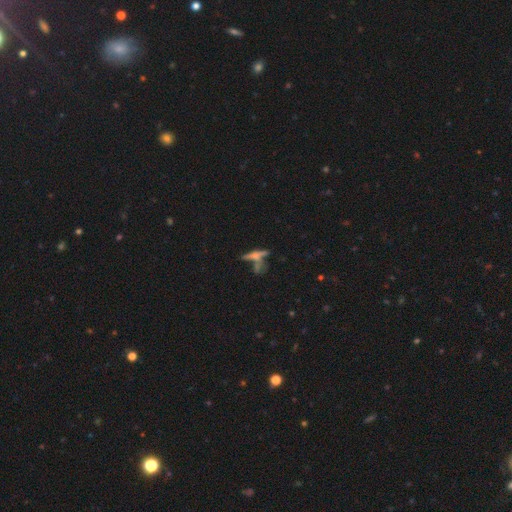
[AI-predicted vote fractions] Smooth or featured? featured or disk (50%)
Edge-on disk? yes (80%)
Merging? none (49%)